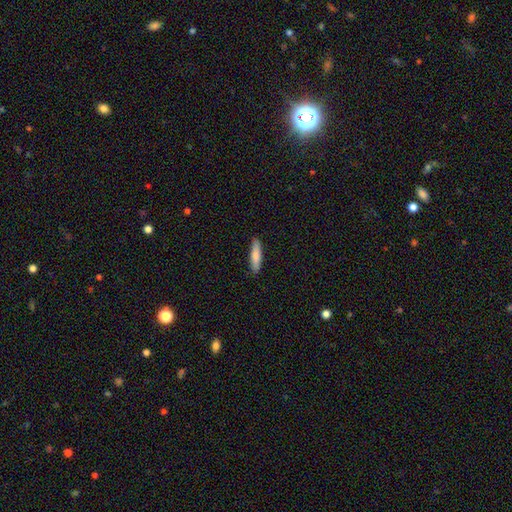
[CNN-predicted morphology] smooth_or_featured: smooth (p=0.77) [alt: featured or disk p=0.18]
how_rounded: cigar-shaped (p=0.80) [alt: in between p=0.18]
merging: none (p=0.90) [alt: minor disturbance p=0.07]